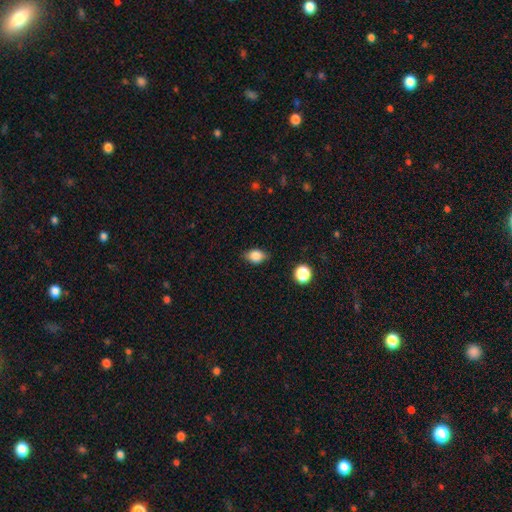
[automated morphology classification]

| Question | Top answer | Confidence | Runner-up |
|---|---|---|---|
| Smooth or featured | smooth | 84% | star or artifact (9%) |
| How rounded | in between | 69% | round (29%) |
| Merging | none | 75% | minor disturbance (19%) |